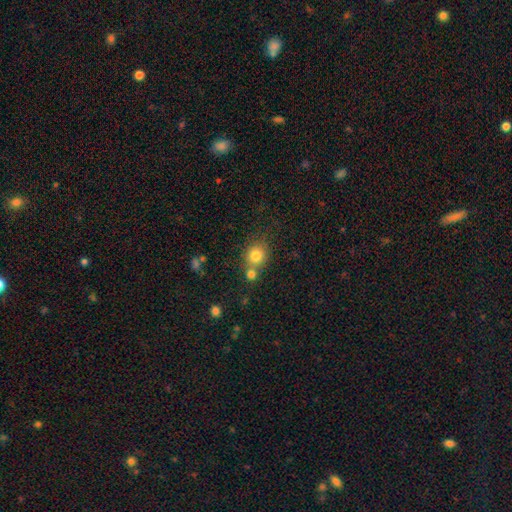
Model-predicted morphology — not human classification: This is clearly a smooth galaxy (81%). How rounded: clearly round (82%). Merging: possibly none (55%).